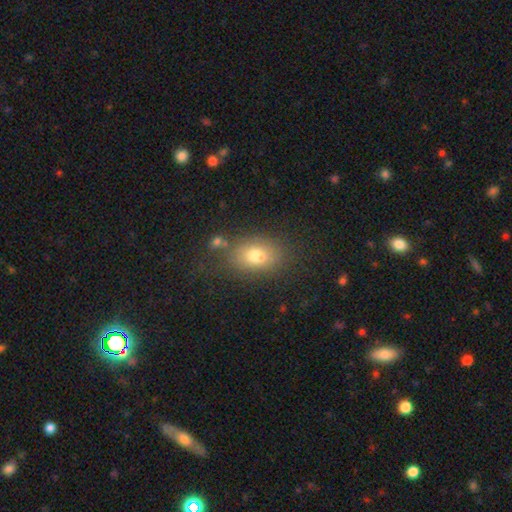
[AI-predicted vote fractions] This is likely a smooth galaxy (78%). How rounded: likely in between (77%). Merging: likely none (73%).